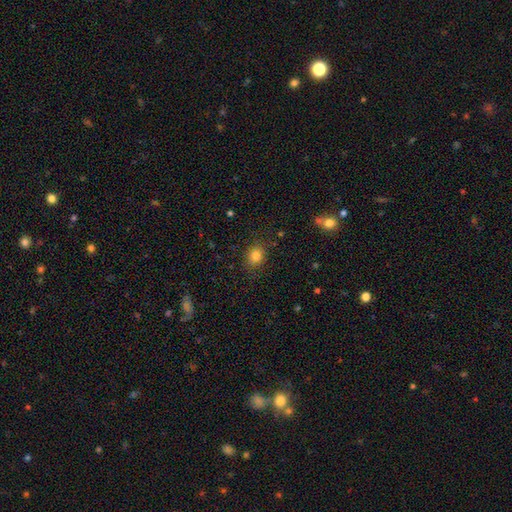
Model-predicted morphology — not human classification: type=smooth (82%); roundness=round (55%); merging=none (85%).